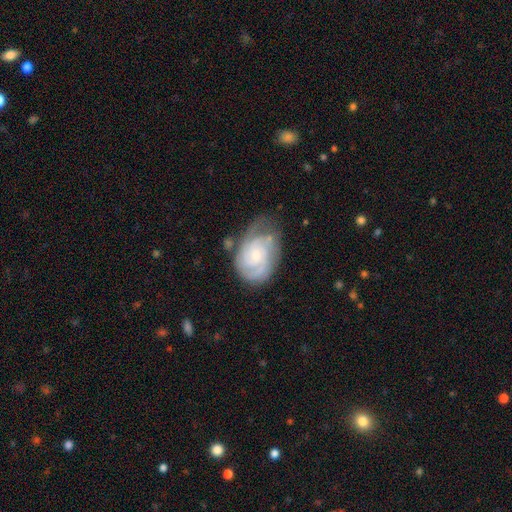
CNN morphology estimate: type=featured or disk (83%); edge-on=no (97%); bar=no (67%); spiral arms=yes (96%); winding=tight (65%); arm count=2 (36%); bulge=small (63%); merging=none (58%).